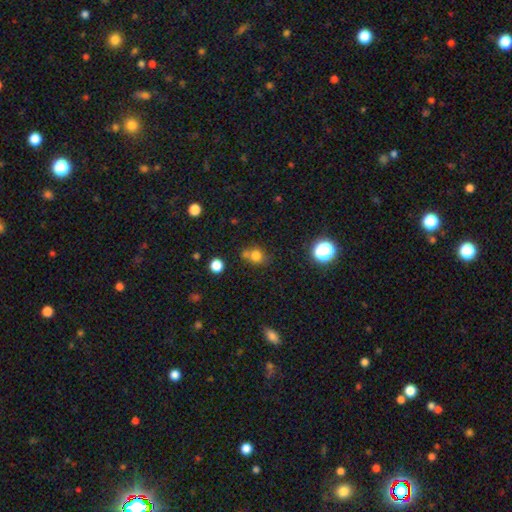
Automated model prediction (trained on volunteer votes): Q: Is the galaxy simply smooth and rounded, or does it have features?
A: smooth — 76%.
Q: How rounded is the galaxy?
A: round — 74%.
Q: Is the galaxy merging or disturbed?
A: none — 54%.